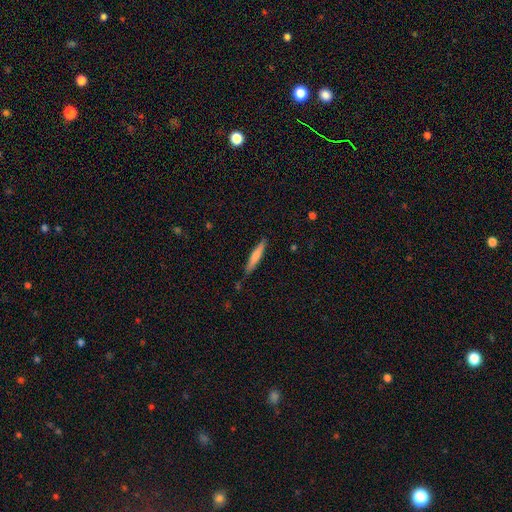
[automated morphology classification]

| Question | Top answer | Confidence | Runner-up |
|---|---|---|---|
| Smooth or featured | smooth | 70% | featured or disk (25%) |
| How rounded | cigar-shaped | 92% | in between (7%) |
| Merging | none | 83% | minor disturbance (13%) |